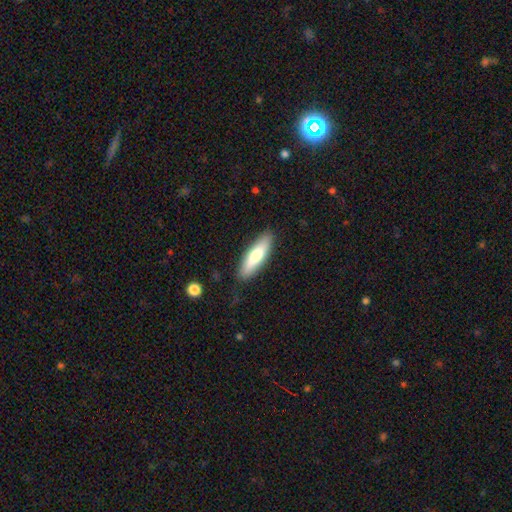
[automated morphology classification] A smooth galaxy with no disk features (74%) that is cigar-shaped (61%).

Vote fractions:
- Smooth or featured? smooth: 74% / featured or disk: 20% / star or artifact: 6%
- How rounded? cigar-shaped: 61% / in between: 38% / round: 1%
- Merging? none: 86% / minor disturbance: 10% / major disturbance: 2% / merger: 1%